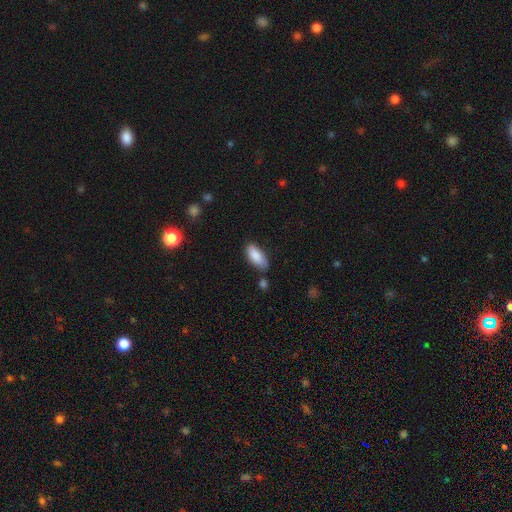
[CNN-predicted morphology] This is clearly a smooth galaxy (87%). How rounded: clearly in between (85%). Merging: likely none (69%).